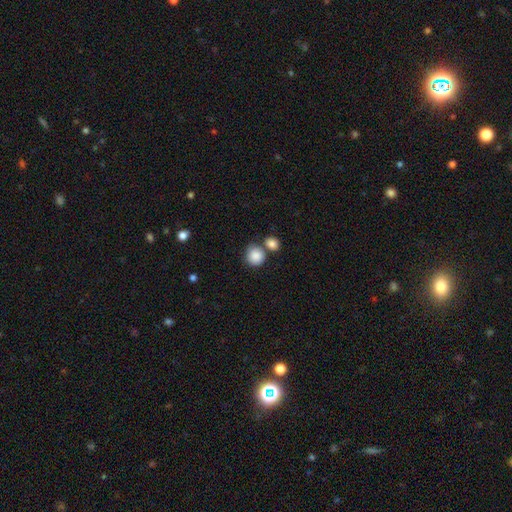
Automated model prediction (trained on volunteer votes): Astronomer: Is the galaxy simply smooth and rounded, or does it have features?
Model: smooth — 87%.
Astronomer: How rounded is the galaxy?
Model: round — 86%.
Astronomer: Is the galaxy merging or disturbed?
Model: none — 57%.